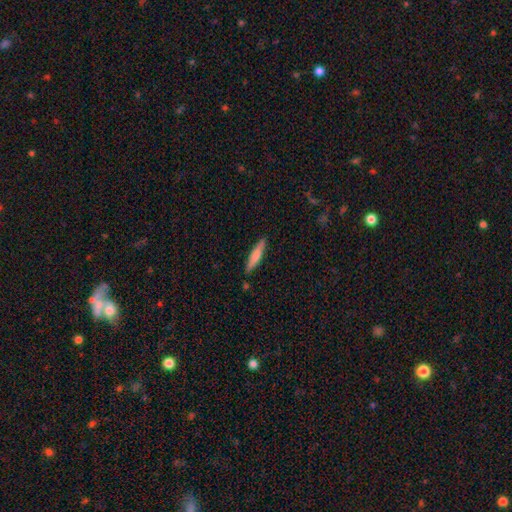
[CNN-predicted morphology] Smooth or featured: smooth — 67% (featured or disk — 27%)
How rounded: cigar-shaped — 85% (in between — 13%)
Merging: none — 87% (minor disturbance — 9%)